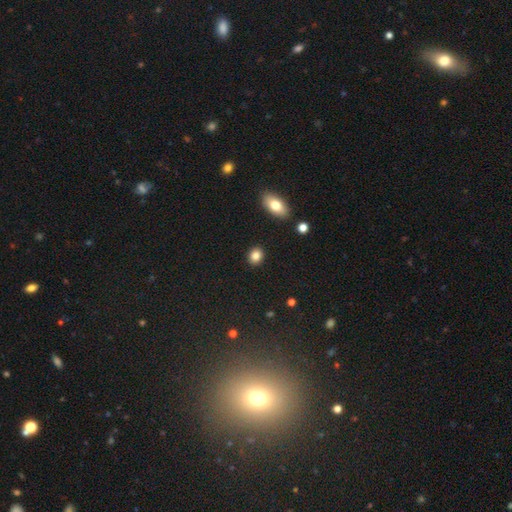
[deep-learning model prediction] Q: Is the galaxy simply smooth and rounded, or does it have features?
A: smooth — 85%.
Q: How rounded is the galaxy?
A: round — 60%.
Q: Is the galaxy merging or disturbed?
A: none — 90%.